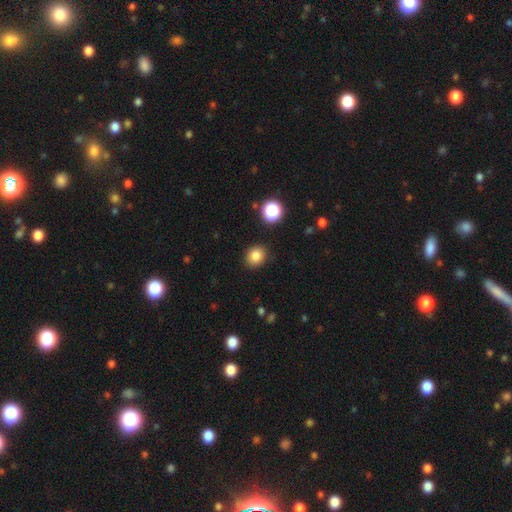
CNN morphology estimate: smooth-or-featured: smooth: 83% | star or artifact: 12% | featured or disk: 5%
  how-rounded: round: 65% | in between: 34% | cigar-shaped: 1%
  merging: none: 88% | minor disturbance: 8% | major disturbance: 2% | merger: 2%